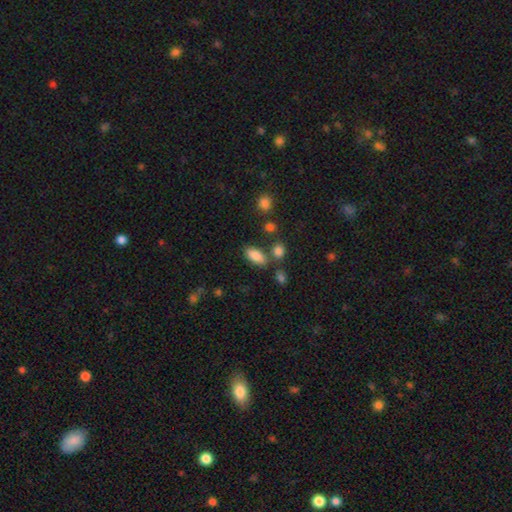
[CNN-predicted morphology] This is clearly a smooth galaxy (86%). How rounded: clearly in between (90%). Merging: likely none (72%).